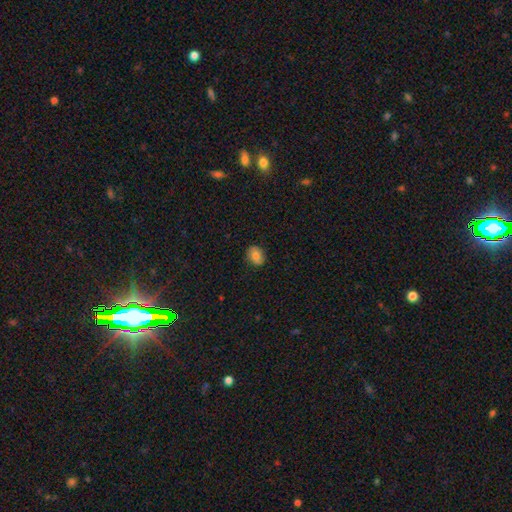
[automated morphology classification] Smooth or featured: smooth — 71% (featured or disk — 19%)
How rounded: round — 50% (in between — 49%)
Merging: none — 83% (minor disturbance — 13%)